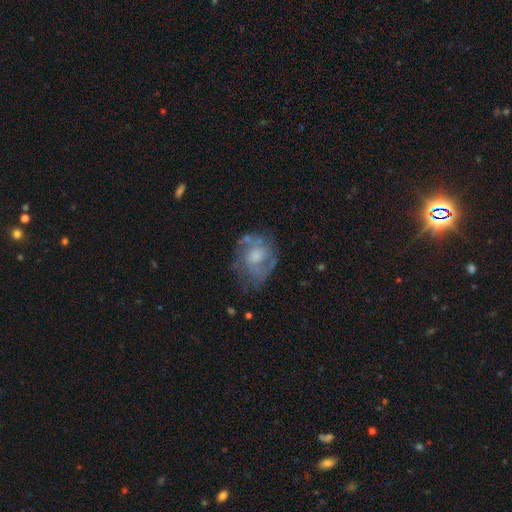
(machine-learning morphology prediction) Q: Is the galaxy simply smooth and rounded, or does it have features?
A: featured or disk — 67%.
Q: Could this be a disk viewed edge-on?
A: no — 97%.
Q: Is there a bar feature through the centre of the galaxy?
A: no — 71%.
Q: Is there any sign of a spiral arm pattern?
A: yes — 65%.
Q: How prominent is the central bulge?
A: moderate — 50%.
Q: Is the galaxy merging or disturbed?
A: none — 57%.